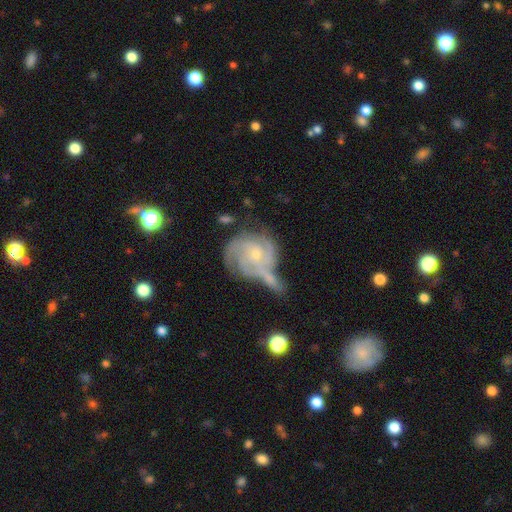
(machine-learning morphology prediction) This is clearly a featured or disk galaxy (85%). It is clearly not viewed edge-on (98%). Bar: likely no (72%). Spiral arm pattern: clearly yes (96%). Spiral arm count: marginally 3 (44%). Spiral winding: possibly tight (60%). Central bulge: likely small (72%). Merging: marginally none (37%).